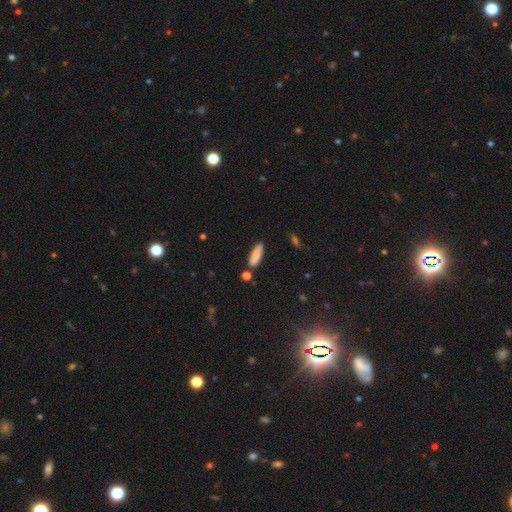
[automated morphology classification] A smooth galaxy with no disk features (82%) that is in between round and cigar-shaped (53%). Merging: none (76%).